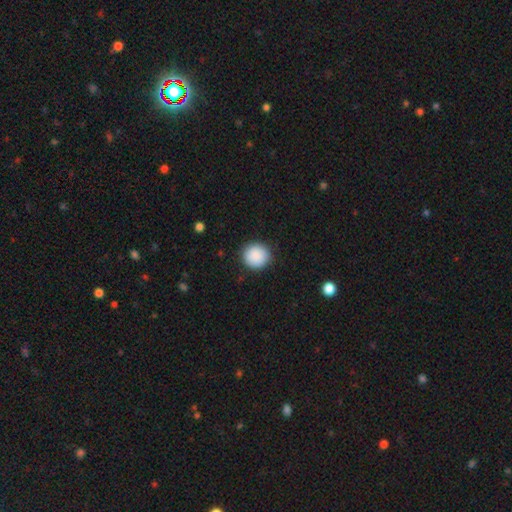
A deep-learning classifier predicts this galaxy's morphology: smooth-or-featured: smooth: 89% | star or artifact: 7% | featured or disk: 3%
  how-rounded: round: 91% | in between: 8% | cigar-shaped: 1%
  merging: none: 90% | minor disturbance: 7% | major disturbance: 2% | merger: 1%